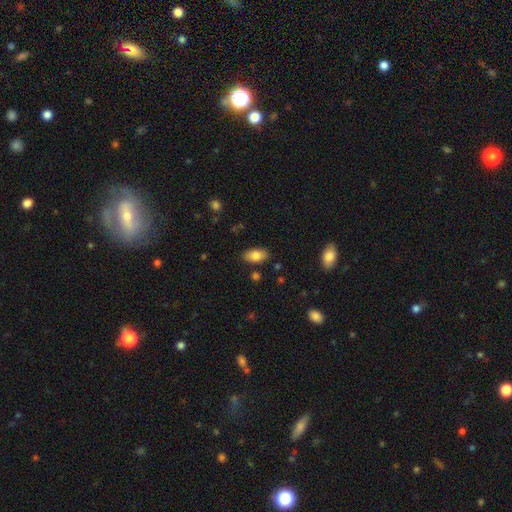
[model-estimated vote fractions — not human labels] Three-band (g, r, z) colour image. It shows a smooth galaxy with no disk features (81%) that is in between round and cigar-shaped (93%). Merging: none (85%).